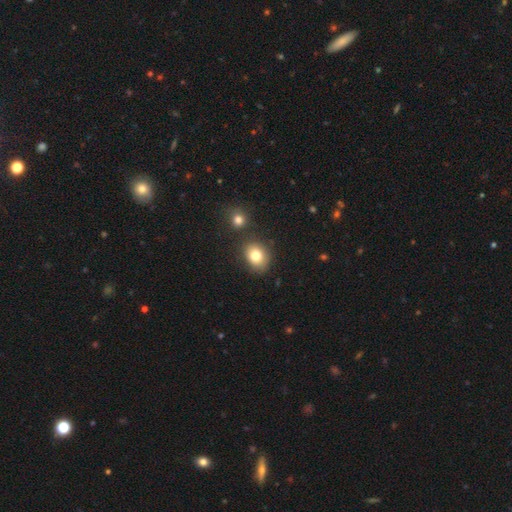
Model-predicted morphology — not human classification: Overall: smooth (80%). How rounded: round (53%; in between 46%). Merging: none (76%).